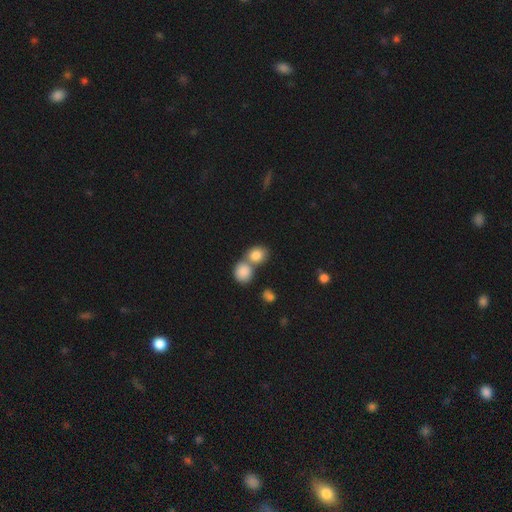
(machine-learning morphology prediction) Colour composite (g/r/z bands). It shows a smooth galaxy with no disk features (84%) that is round (58%). Merging: merger (49%).